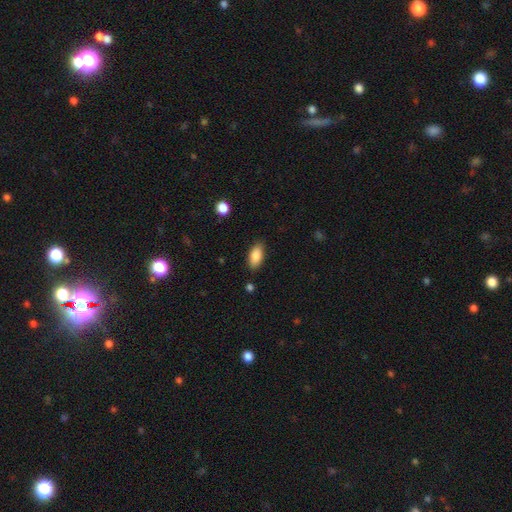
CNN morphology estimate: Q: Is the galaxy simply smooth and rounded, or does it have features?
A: smooth — 86%.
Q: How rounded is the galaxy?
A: in between — 90%.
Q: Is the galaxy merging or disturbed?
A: none — 84%.